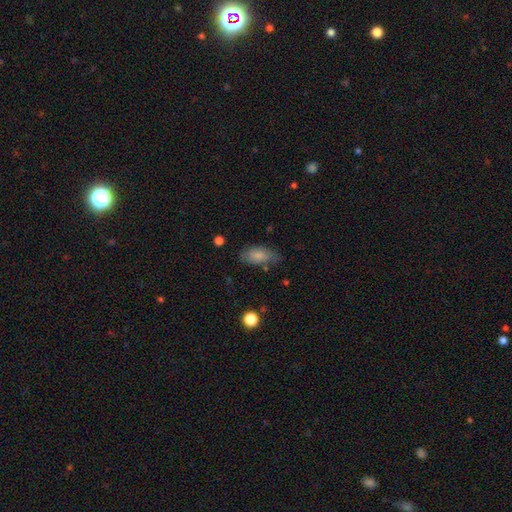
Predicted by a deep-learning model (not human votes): smooth-or-featured: smooth: 69% | featured or disk: 18% | star or artifact: 13%
  how-rounded: in between: 86% | cigar-shaped: 9% | round: 5%
  merging: none: 69% | minor disturbance: 22% | major disturbance: 6% | merger: 2%